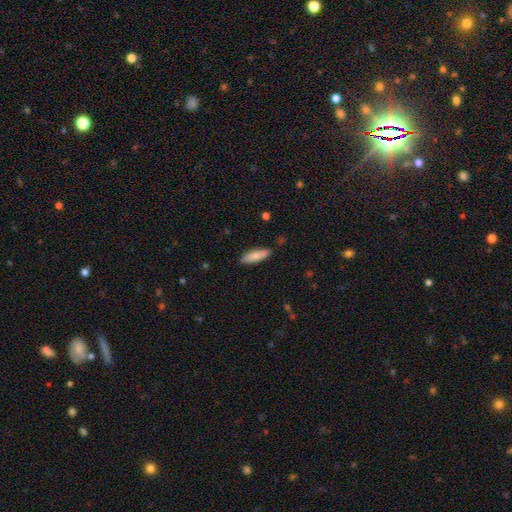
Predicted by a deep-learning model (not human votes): Q: Smooth or featured?
A: smooth (83%); runner-up: featured or disk (11%)
Q: How rounded?
A: cigar-shaped (54%); runner-up: in between (45%)
Q: Merging?
A: none (81%); runner-up: minor disturbance (14%)